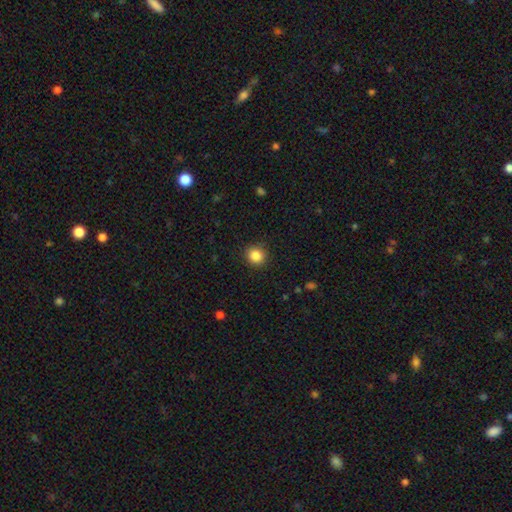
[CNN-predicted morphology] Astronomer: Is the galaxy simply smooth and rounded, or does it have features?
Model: smooth — 86%.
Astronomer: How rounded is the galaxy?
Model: round — 83%.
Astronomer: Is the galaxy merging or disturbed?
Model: none — 90%.